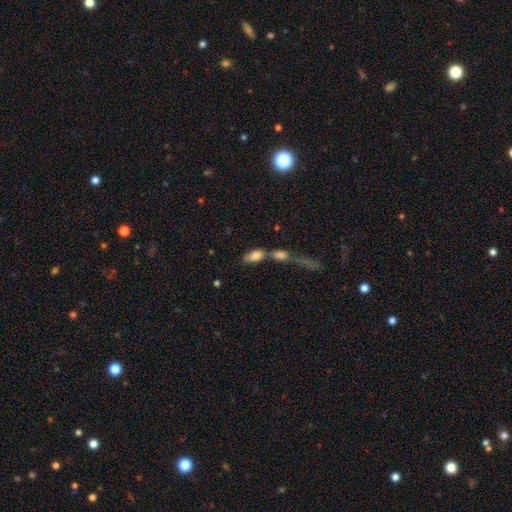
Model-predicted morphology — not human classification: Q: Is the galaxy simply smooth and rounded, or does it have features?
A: smooth — 78%.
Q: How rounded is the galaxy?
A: in between — 86%.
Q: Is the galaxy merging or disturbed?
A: merger — 52%.